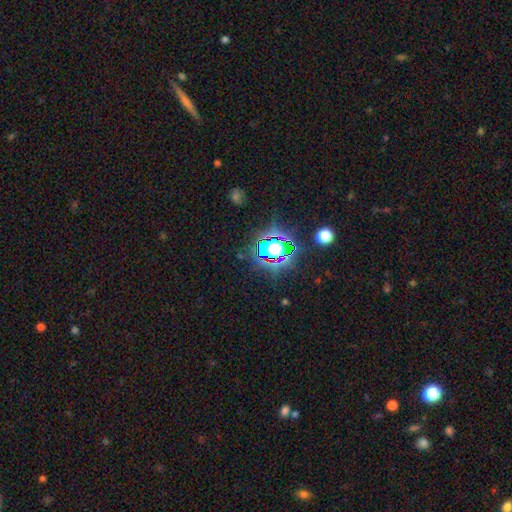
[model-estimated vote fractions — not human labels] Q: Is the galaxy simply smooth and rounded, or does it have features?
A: star or artifact — 80%.